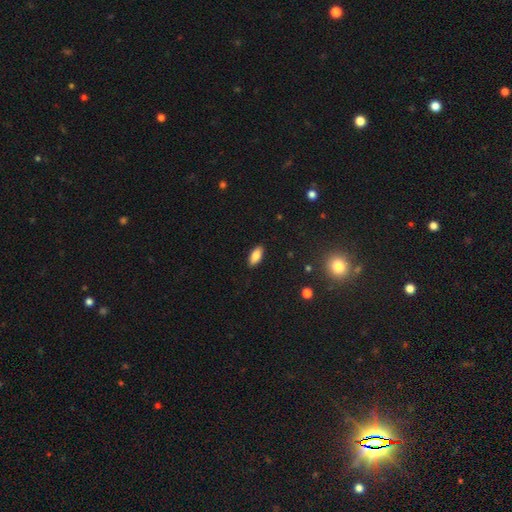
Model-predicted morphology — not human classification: Smooth or featured: smooth — 83% (featured or disk — 9%)
How rounded: in between — 88% (cigar-shaped — 9%)
Merging: none — 89% (minor disturbance — 8%)